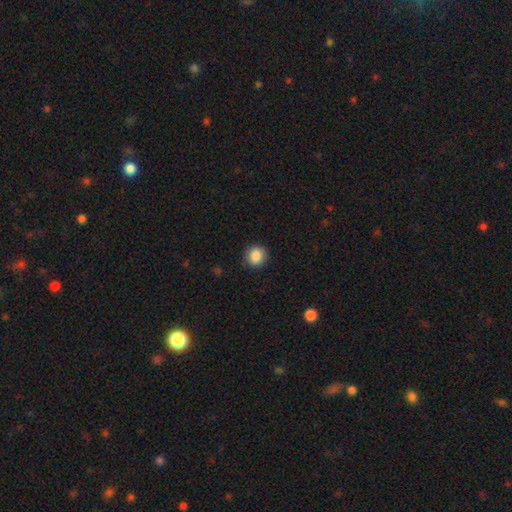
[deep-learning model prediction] smooth-or-featured: smooth: 87% | star or artifact: 9% | featured or disk: 4%
  how-rounded: round: 89% | in between: 10% | cigar-shaped: 1%
  merging: none: 89% | minor disturbance: 8% | major disturbance: 2% | merger: 1%